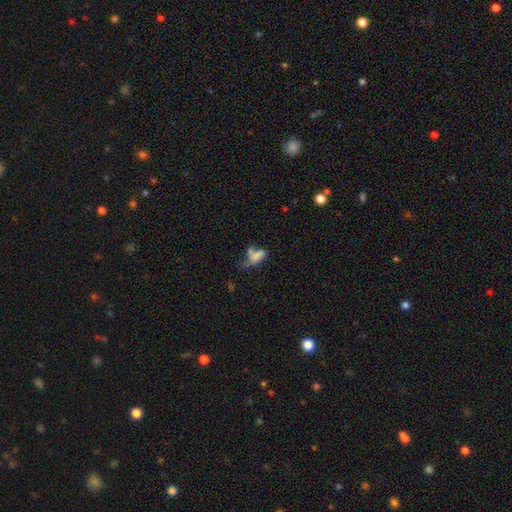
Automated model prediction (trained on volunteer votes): Smooth or featured? smooth (71%)
How rounded? in between (82%)
Merging? merger (30%)